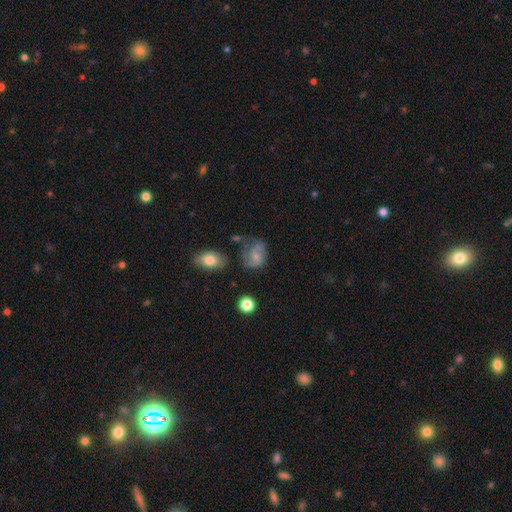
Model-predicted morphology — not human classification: This appears to be a featured or disk galaxy (52%) with no bar (60%), spiral arms (86%) and a small central bulge (43%). Merging: none (54%).